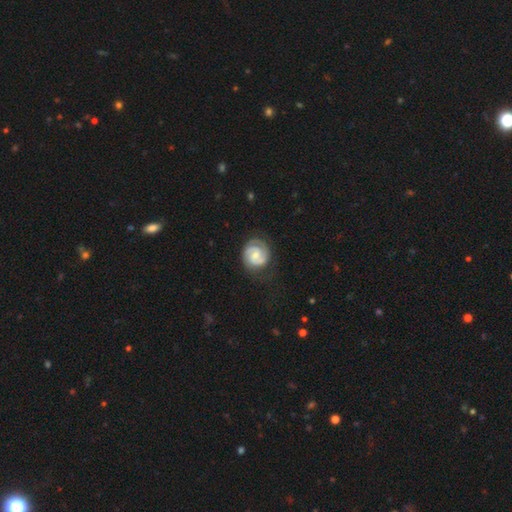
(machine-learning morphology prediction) Q: Smooth or featured?
A: featured or disk (83%); runner-up: smooth (12%)
Q: Edge-on disk?
A: no (98%); runner-up: yes (2%)
Q: Bar?
A: no (52%); runner-up: weak (40%)
Q: Spiral arms?
A: yes (97%); runner-up: no (3%)
Q: Spiral winding?
A: tight (64%); runner-up: medium (30%)
Q: Spiral arm count?
A: 2 (80%); runner-up: can't tell (7%)
Q: Bulge size?
A: small (53%); runner-up: moderate (38%)
Q: Merging?
A: none (75%); runner-up: minor disturbance (17%)